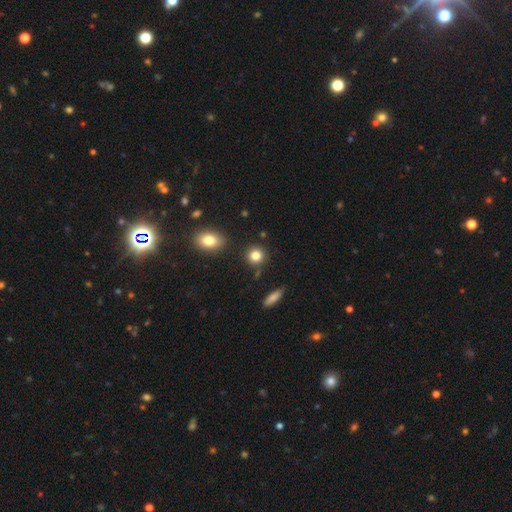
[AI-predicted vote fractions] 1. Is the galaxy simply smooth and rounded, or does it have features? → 84% smooth, 11% star or artifact, 6% featured or disk.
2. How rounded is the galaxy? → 88% round, 11% in between, 1% cigar-shaped.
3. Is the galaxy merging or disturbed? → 86% none, 8% minor disturbance, 4% merger, 2% major disturbance.